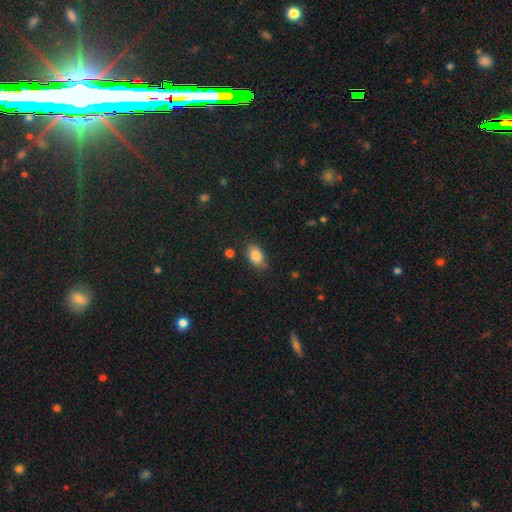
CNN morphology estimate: Q: Smooth or featured?
A: smooth (84%); runner-up: featured or disk (8%)
Q: How rounded?
A: in between (88%); runner-up: round (10%)
Q: Merging?
A: none (81%); runner-up: minor disturbance (14%)